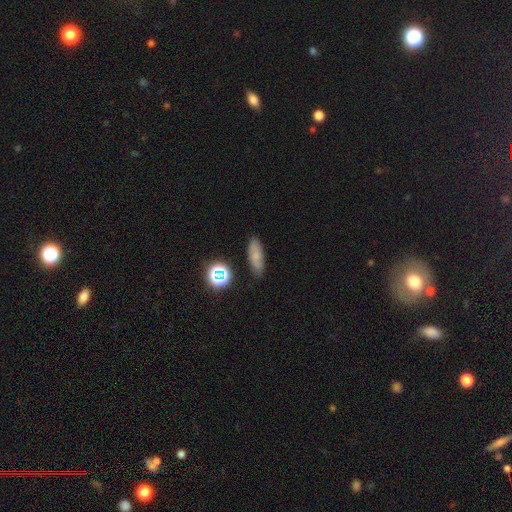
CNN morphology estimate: The model was most divided on "how rounded": in between: 63%, cigar-shaped: 30%, round: 7%. More confident: merging — none (81%); smooth or featured — smooth (65%).